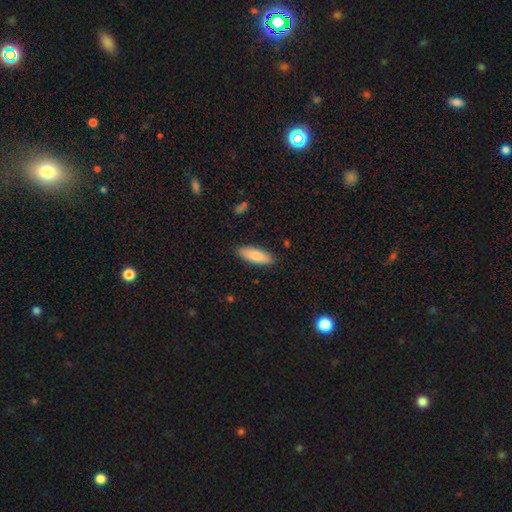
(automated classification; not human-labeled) A smooth galaxy with no disk features (83%) that is in between round and cigar-shaped (66%). Merging: none (88%).